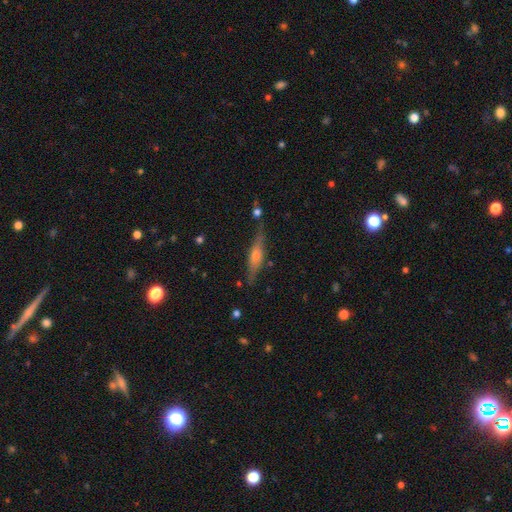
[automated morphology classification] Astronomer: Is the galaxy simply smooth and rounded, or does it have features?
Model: featured or disk — 63%.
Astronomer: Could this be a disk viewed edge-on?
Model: yes — 93%.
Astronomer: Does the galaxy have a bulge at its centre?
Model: rounded — 77%.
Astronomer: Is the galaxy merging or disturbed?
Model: none — 76%.